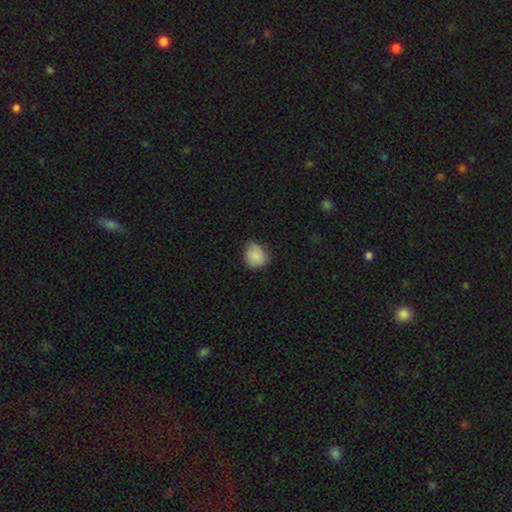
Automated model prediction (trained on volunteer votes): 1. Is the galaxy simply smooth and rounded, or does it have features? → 86% smooth, 9% star or artifact, 5% featured or disk.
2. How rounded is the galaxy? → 78% round, 21% in between, 1% cigar-shaped.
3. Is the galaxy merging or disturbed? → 67% none, 28% minor disturbance, 4% major disturbance, 1% merger.